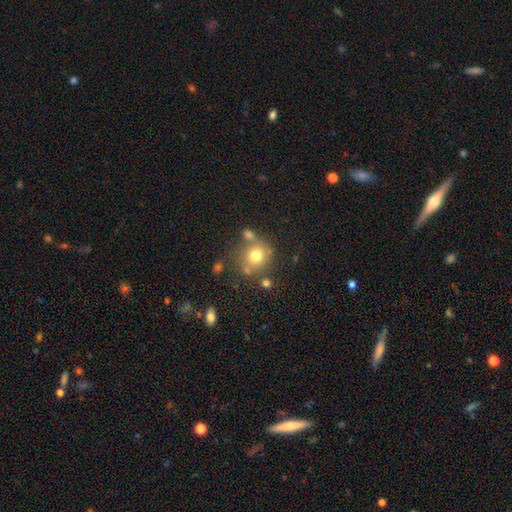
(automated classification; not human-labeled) A smooth galaxy with no disk features (73%) that is round (86%). Merging: none (67%).